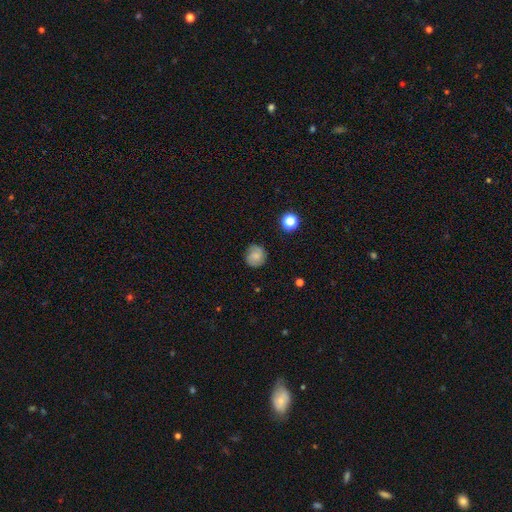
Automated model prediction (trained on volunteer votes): This is likely a smooth galaxy (63%). How rounded: clearly round (88%). Merging: likely none (79%).